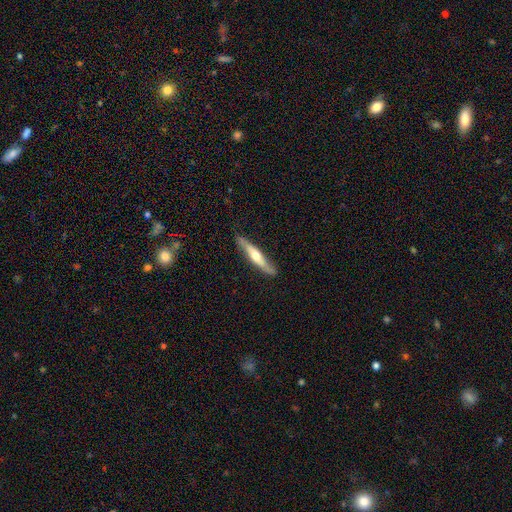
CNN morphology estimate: Smooth or featured: featured or disk — 55% (smooth — 40%)
Edge-on disk: yes — 85% (no — 15%)
Merging: none — 84% (minor disturbance — 13%)